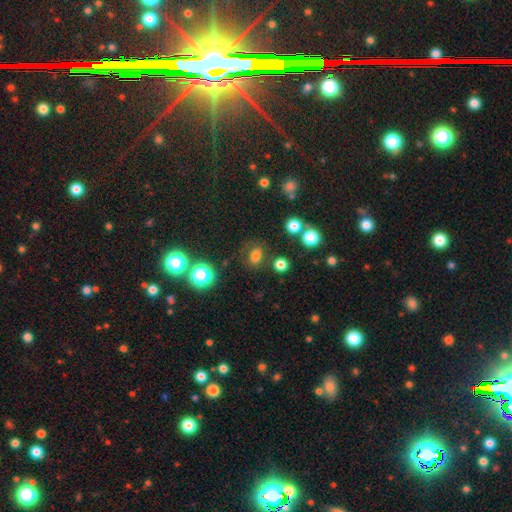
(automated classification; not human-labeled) The model was most divided on "how rounded": in between: 52%, round: 47%, cigar-shaped: 1%. More confident: smooth or featured — smooth (74%); merging — none (74%).